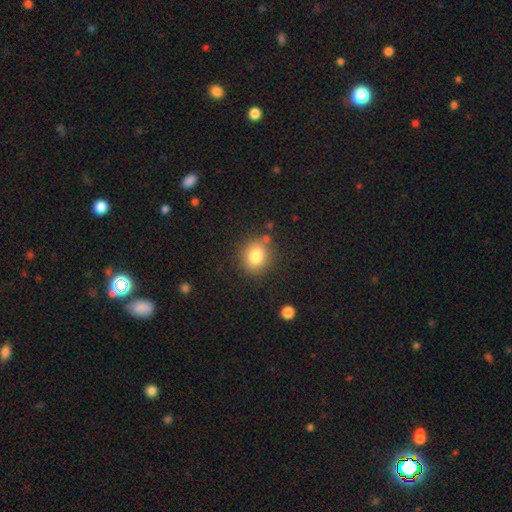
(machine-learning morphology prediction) Smooth or featured?
  - smooth: 80% *
  - star or artifact: 11%
  - featured or disk: 9%
How rounded?
  - round: 75% *
  - in between: 24%
  - cigar-shaped: 1%
Merging?
  - none: 81% *
  - minor disturbance: 10%
  - merger: 5%
  - major disturbance: 3%